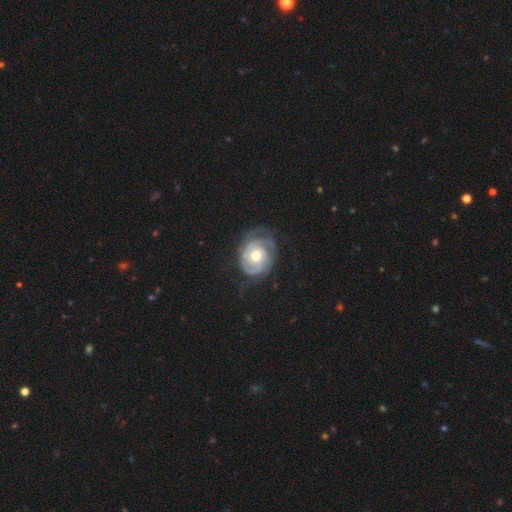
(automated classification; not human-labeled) Smooth or featured?
  - featured or disk: 86% *
  - smooth: 10%
  - star or artifact: 5%
Edge-on disk?
  - no: 98% *
  - yes: 2%
Bar?
  - no: 73% *
  - weak: 22%
  - strong: 5%
Spiral arms?
  - yes: 96% *
  - no: 4%
Spiral winding?
  - tight: 69% *
  - medium: 25%
  - loose: 6%
Spiral arm count?
  - 2: 31% *
  - 3: 27%
  - can't tell: 22%
  - 4: 7%
  - 1: 6%
  - more than 4: 5%
Bulge size?
  - moderate: 71% *
  - small: 15%
  - large: 12%
  - none: 1%
  - dominant: 1%
Merging?
  - none: 67% *
  - minor disturbance: 21%
  - major disturbance: 11%
  - merger: 1%